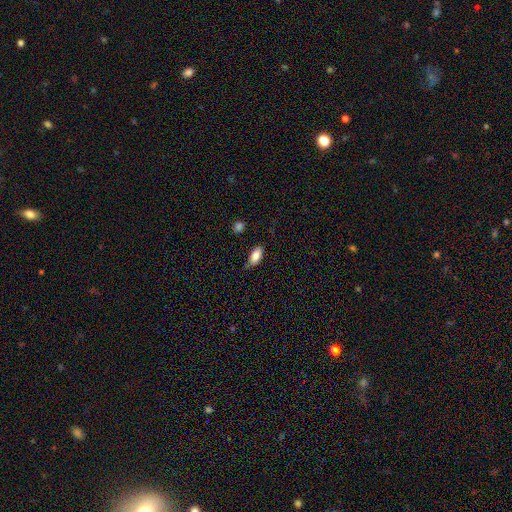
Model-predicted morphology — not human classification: smooth-or-featured: smooth: 83% | featured or disk: 10% | star or artifact: 7%
  how-rounded: in between: 89% | cigar-shaped: 8% | round: 3%
  merging: none: 74% | minor disturbance: 21% | major disturbance: 4% | merger: 2%